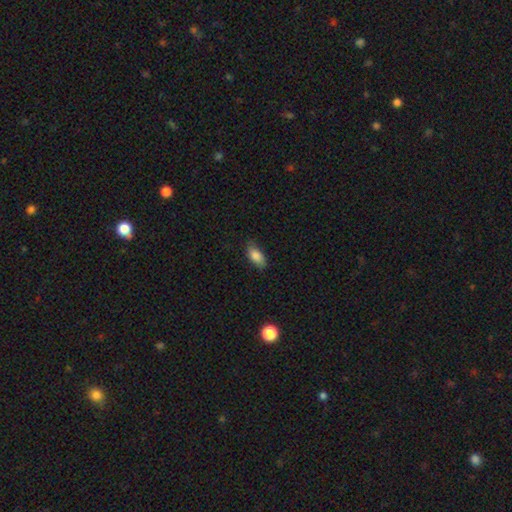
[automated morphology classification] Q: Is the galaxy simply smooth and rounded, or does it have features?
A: smooth — 86%.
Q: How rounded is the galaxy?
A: in between — 90%.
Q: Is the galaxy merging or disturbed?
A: none — 77%.